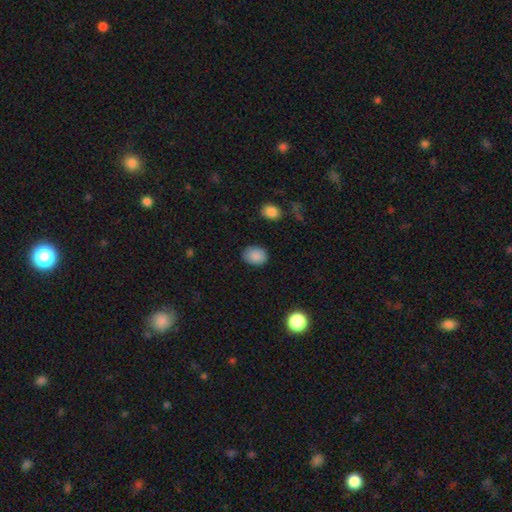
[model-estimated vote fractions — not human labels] Overall: smooth (88%). How rounded: in between (66%; round 34%). Merging: none (83%).